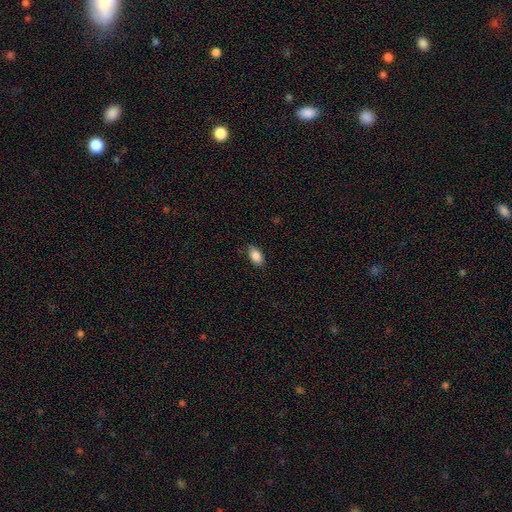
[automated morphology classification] smooth_or_featured: smooth (p=0.88) [alt: star or artifact p=0.07]
how_rounded: in between (p=0.93) [alt: round p=0.05]
merging: none (p=0.85) [alt: minor disturbance p=0.11]